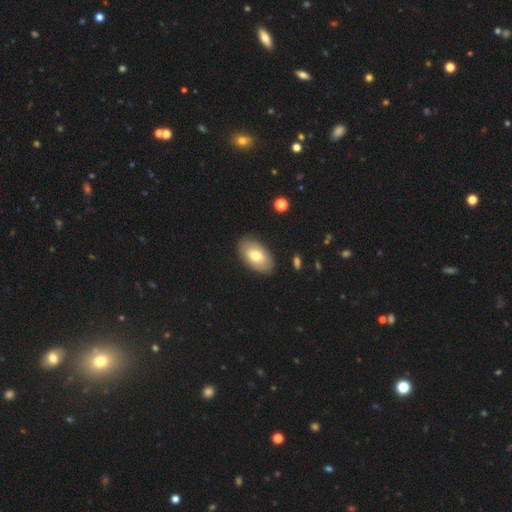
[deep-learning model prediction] This appears to be a smooth galaxy with no disk features (72%) that is in between round and cigar-shaped (94%). Merging: none (86%).